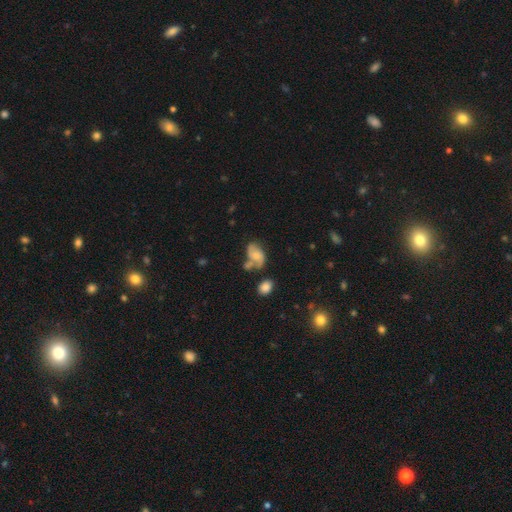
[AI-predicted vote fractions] This is possibly a featured or disk galaxy (54%). It is clearly not viewed edge-on (97%). Bar: likely no (69%). Spiral arm pattern: clearly yes (83%). Central bulge: marginally small (44%). Merging: marginally none (38%).